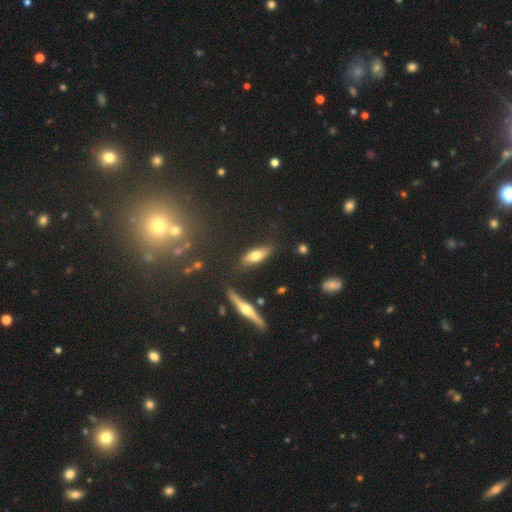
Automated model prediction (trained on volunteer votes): A smooth galaxy with no disk features (64%) that is in between round and cigar-shaped (63%).

Vote fractions:
- Smooth or featured? smooth: 64% / featured or disk: 28% / star or artifact: 8%
- How rounded? in between: 63% / cigar-shaped: 33% / round: 4%
- Merging? none: 80% / minor disturbance: 13% / merger: 4% / major disturbance: 4%